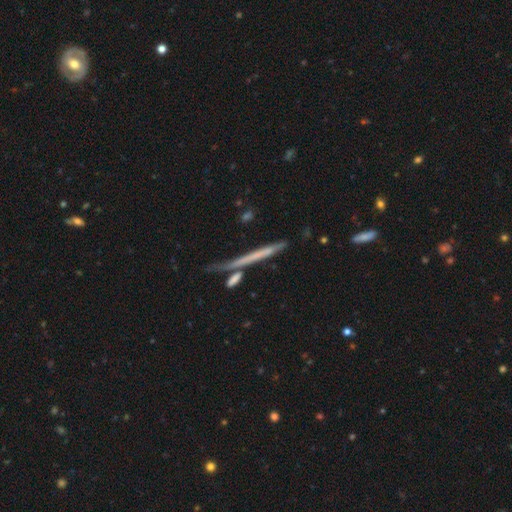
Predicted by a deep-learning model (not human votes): This appears to be a featured or disk galaxy (54%) viewed edge-on (96%) with no central bulge (87%). Merging: none (78%).